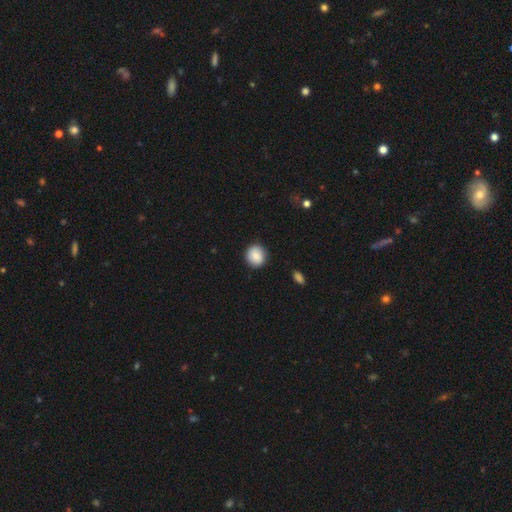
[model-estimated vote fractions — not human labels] The model was most divided on "how rounded": round: 86%, in between: 13%, cigar-shaped: 1%. More confident: merging — none (88%); smooth or featured — smooth (85%).